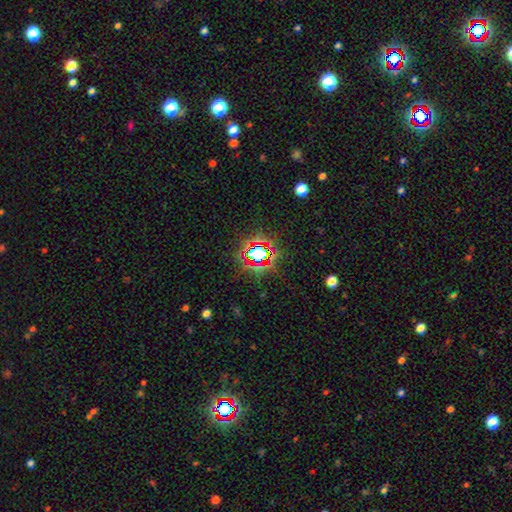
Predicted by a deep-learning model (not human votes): This appears to be a star or artifact, not a galaxy (73%).